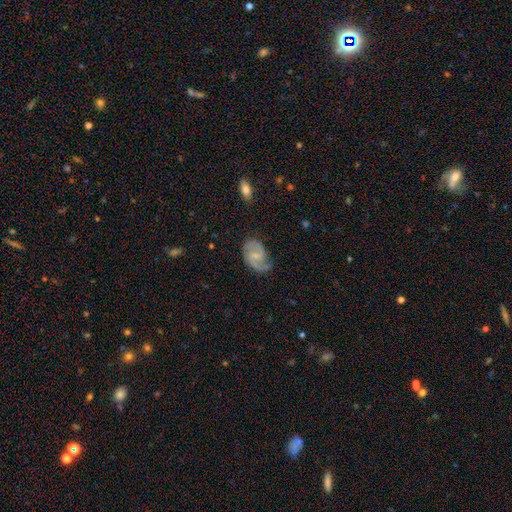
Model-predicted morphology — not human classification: A featured or disk galaxy (79%) with a weak bar (52%), 2 (82%) medium (52%) spiral arms (95%) and a small central bulge (60%). Merging: none (66%).